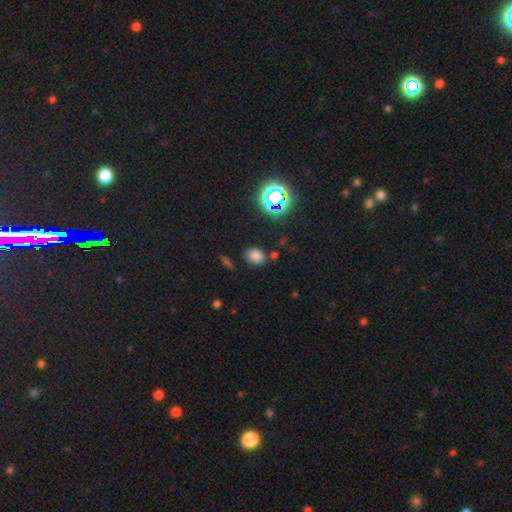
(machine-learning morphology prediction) Overall: smooth (73%). How rounded: in between (58%; round 41%). Merging: none (77%).